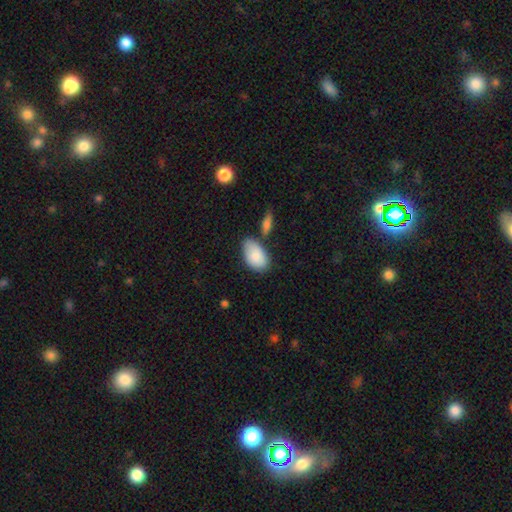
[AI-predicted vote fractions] This is clearly a smooth galaxy (84%). How rounded: clearly in between (93%). Merging: possibly none (58%).